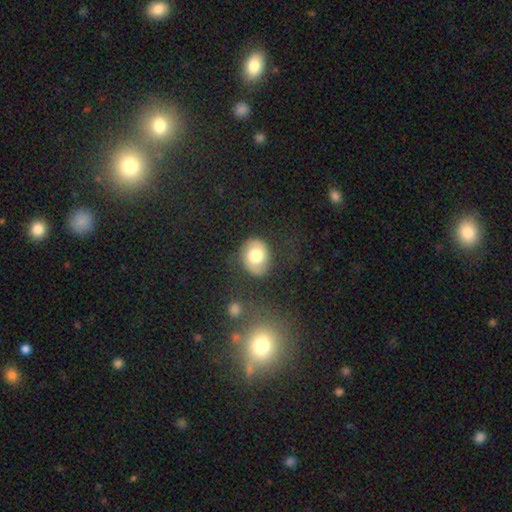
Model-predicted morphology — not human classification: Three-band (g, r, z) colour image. It shows a smooth galaxy with no disk features (60%) that is round (51%). Merging: none (68%).